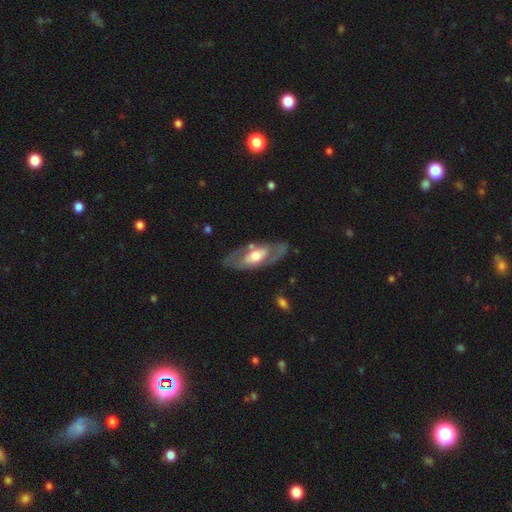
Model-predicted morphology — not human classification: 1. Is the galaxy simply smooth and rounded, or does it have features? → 69% featured or disk, 27% smooth, 5% star or artifact.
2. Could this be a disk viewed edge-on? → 84% no, 16% yes.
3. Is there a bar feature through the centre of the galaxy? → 60% no, 25% weak, 15% strong.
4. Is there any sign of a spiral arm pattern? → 51% no, 49% yes.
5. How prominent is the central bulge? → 63% moderate, 22% large, 12% small, 1% dominant, 1% none.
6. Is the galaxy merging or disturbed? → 73% none, 16% minor disturbance, 8% major disturbance, 3% merger.